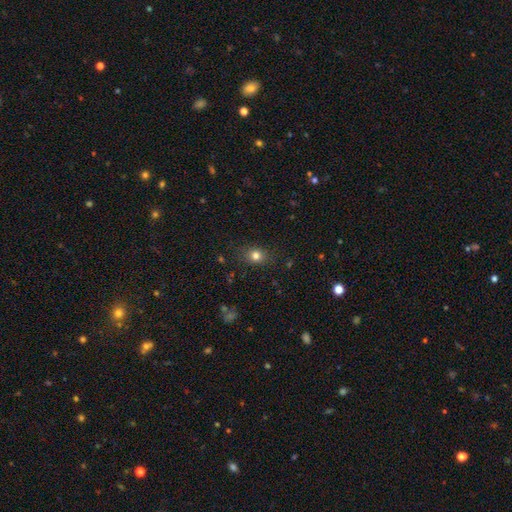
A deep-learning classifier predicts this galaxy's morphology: This appears to be a smooth galaxy with no disk features (79%) that is round (53%). Merging: none (83%).